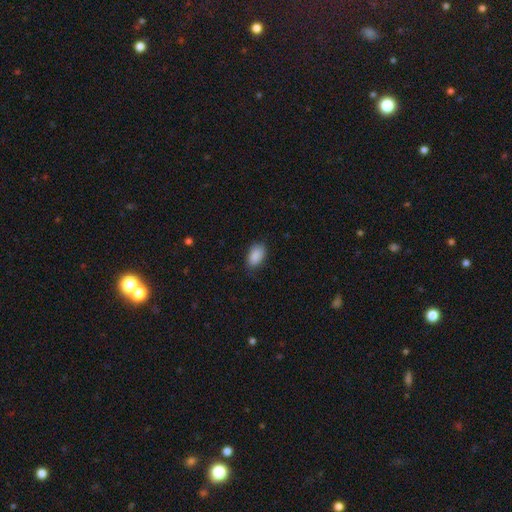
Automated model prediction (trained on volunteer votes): Overall: smooth (89%). How rounded: in between (92%). Merging: none (78%).